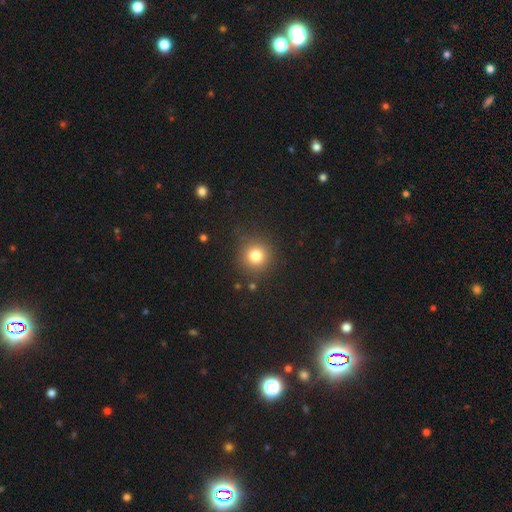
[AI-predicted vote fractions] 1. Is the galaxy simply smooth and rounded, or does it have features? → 80% smooth, 13% star or artifact, 7% featured or disk.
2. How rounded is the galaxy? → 93% round, 6% in between, 1% cigar-shaped.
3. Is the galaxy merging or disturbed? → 87% none, 8% minor disturbance, 3% major disturbance, 2% merger.